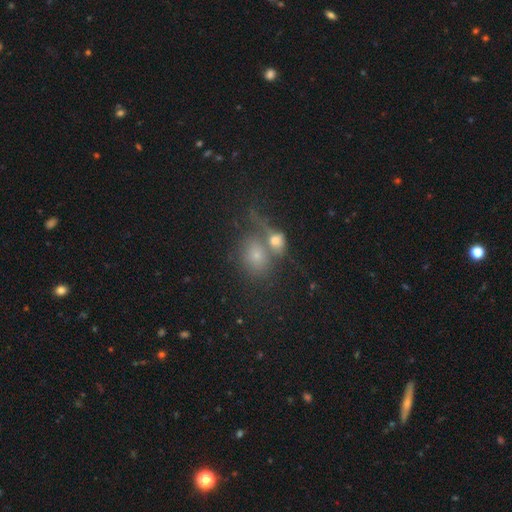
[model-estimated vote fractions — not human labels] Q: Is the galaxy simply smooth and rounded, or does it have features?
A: smooth — 62%.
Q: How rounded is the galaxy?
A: in between — 57%.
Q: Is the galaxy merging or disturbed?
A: merger — 53%.